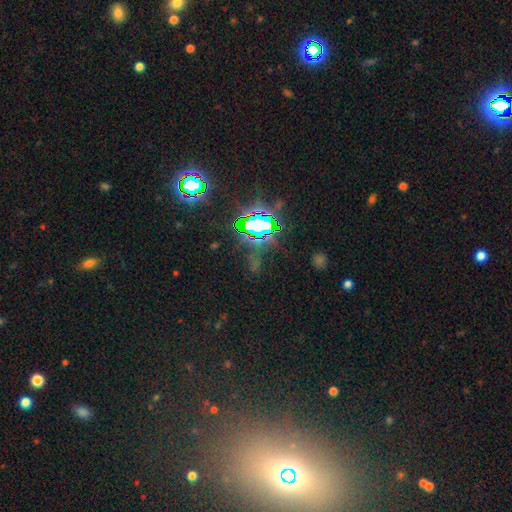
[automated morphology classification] This appears to be a star or artifact, not a galaxy (81%).